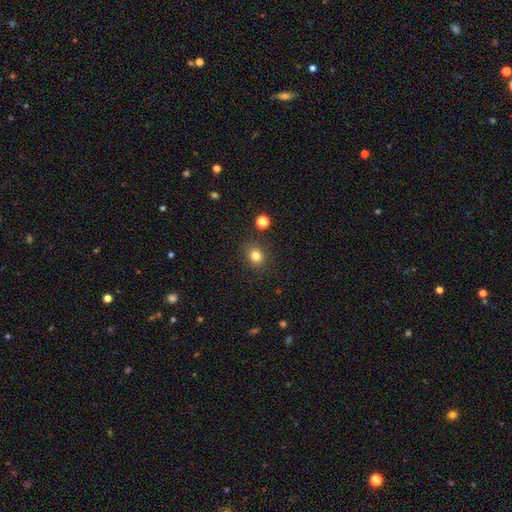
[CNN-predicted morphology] type=smooth (81%); roundness=round (67%); merging=none (86%).